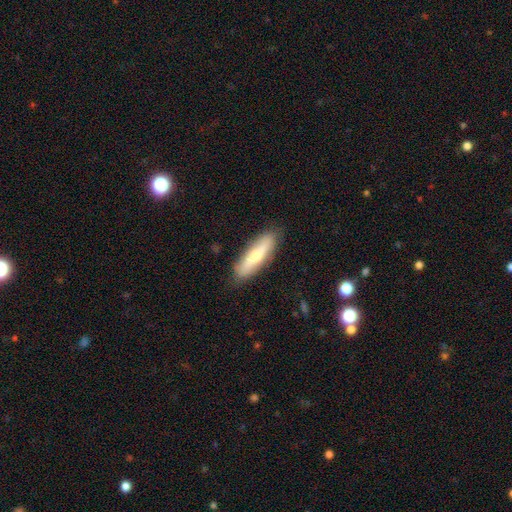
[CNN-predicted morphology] smooth 54%, featured or disk 40%, star or artifact 6%. Down the decision tree: how rounded — cigar-shaped (62%); merging — none (86%).